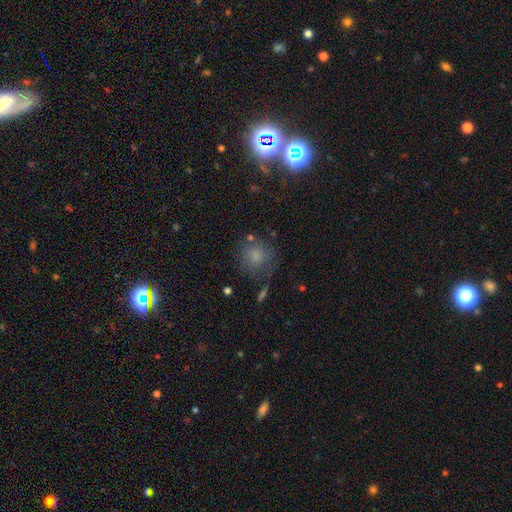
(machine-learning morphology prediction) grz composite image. It shows a smooth galaxy with no disk features (74%) that is round (82%). Merging: none (62%).